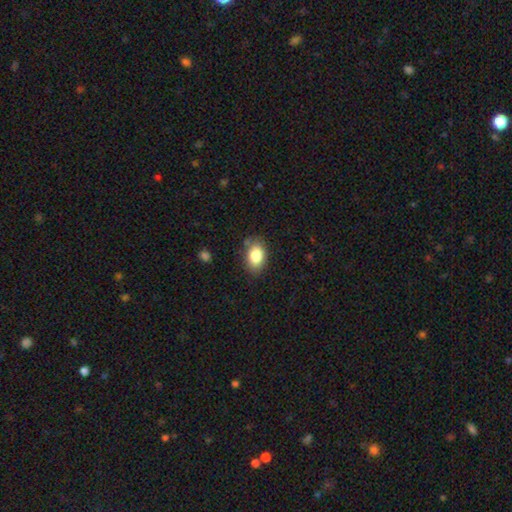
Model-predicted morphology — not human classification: Smooth or featured?
  - smooth: 84% *
  - featured or disk: 8%
  - star or artifact: 8%
How rounded?
  - in between: 87% *
  - round: 12%
  - cigar-shaped: 1%
Merging?
  - none: 79% *
  - minor disturbance: 15%
  - major disturbance: 3%
  - merger: 2%